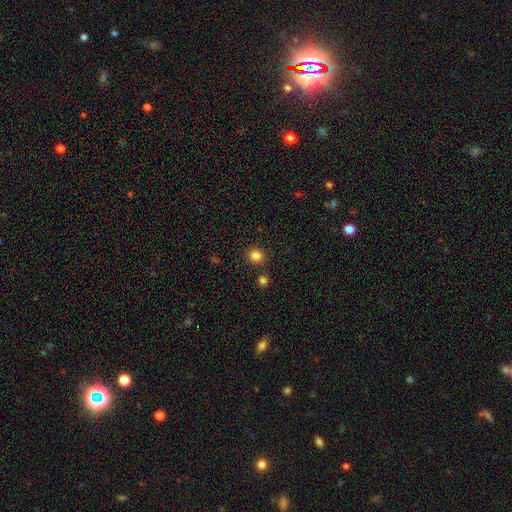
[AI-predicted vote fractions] smooth_or_featured: smooth (p=0.84) [alt: star or artifact p=0.12]
how_rounded: round (p=0.85) [alt: in between p=0.14]
merging: none (p=0.86) [alt: minor disturbance p=0.07]